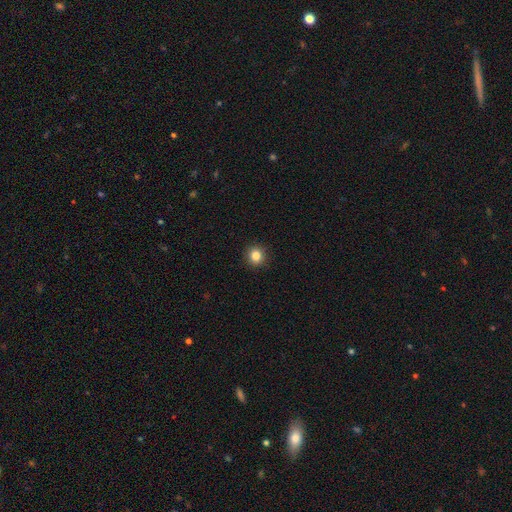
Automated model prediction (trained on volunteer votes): Smooth or featured? Predicted: smooth (p=0.84). How rounded? Predicted: round (p=0.92). Merging? Predicted: none (p=0.92).